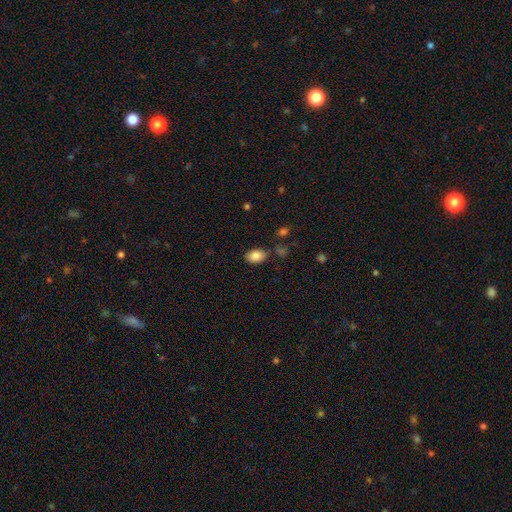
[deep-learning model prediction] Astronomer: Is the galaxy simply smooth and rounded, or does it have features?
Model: smooth — 86%.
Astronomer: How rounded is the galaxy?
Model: in between — 85%.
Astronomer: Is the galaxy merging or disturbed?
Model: none — 80%.